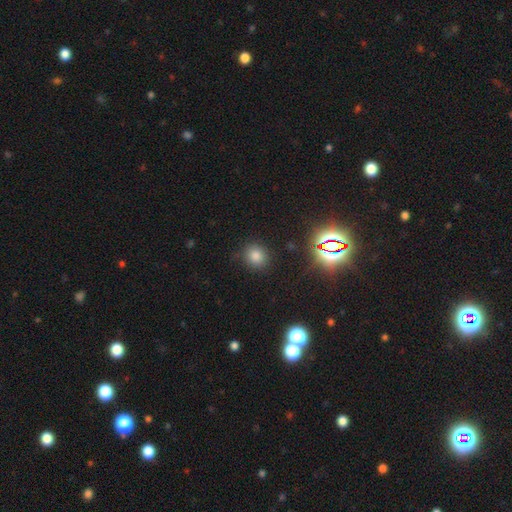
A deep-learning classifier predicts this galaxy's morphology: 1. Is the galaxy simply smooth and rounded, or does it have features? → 76% smooth, 18% star or artifact, 6% featured or disk.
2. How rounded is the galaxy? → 81% round, 18% in between, 1% cigar-shaped.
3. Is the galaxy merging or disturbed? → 86% none, 9% minor disturbance, 3% major disturbance, 2% merger.